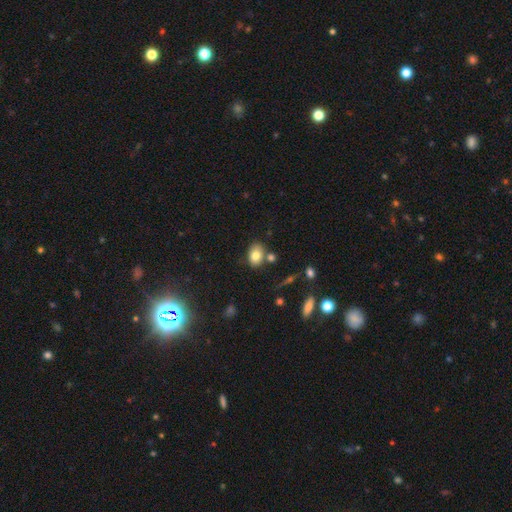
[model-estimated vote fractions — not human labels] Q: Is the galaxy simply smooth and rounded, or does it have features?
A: smooth — 79%.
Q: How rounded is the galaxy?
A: in between — 80%.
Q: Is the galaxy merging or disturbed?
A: none — 71%.